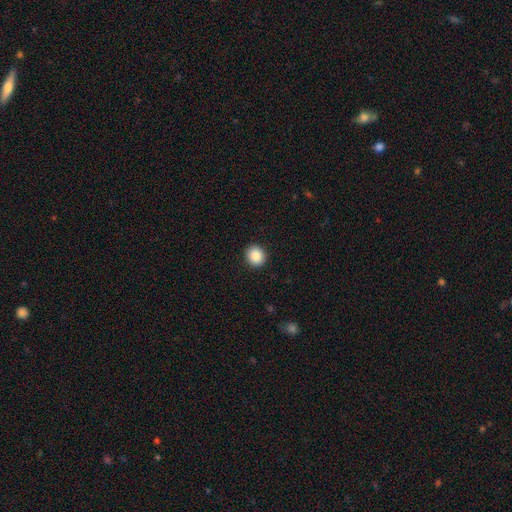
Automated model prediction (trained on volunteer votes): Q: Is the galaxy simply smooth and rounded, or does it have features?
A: smooth — 88%.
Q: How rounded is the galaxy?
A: round — 85%.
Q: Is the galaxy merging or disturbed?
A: none — 92%.